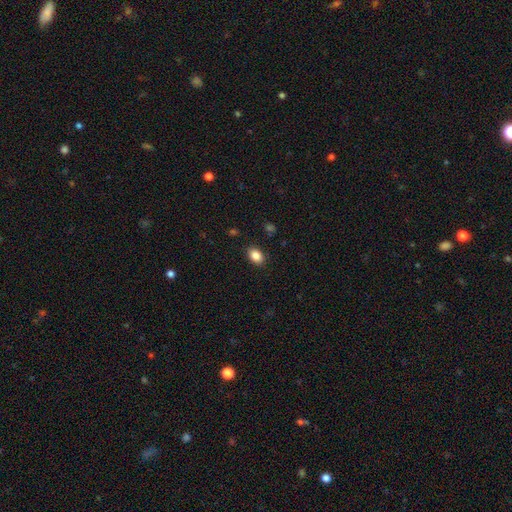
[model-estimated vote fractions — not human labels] Smooth or featured?
  - smooth: 86% *
  - star or artifact: 9%
  - featured or disk: 5%
How rounded?
  - in between: 81% *
  - round: 18%
  - cigar-shaped: 1%
Merging?
  - none: 88% *
  - minor disturbance: 8%
  - major disturbance: 2%
  - merger: 1%